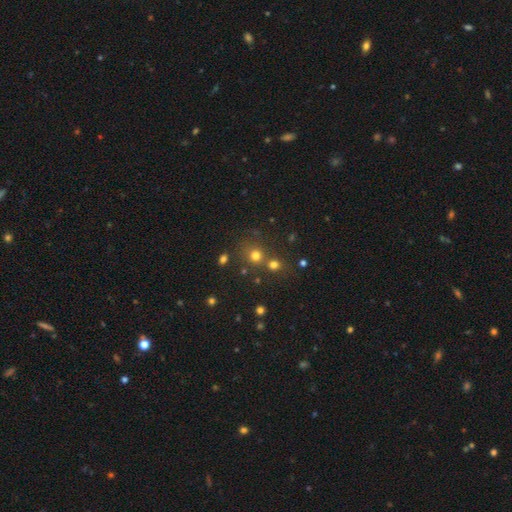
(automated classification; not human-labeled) Smooth or featured? smooth (70%)
How rounded? round (86%)
Merging? none (60%)